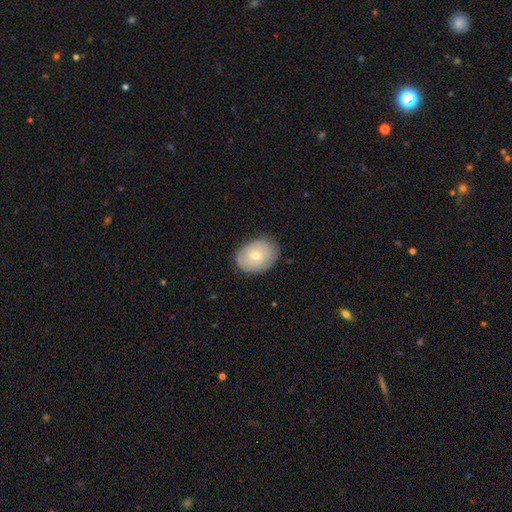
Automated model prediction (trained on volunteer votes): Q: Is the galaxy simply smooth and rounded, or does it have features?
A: smooth — 64%.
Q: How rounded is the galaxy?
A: in between — 67%.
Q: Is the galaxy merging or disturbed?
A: none — 82%.